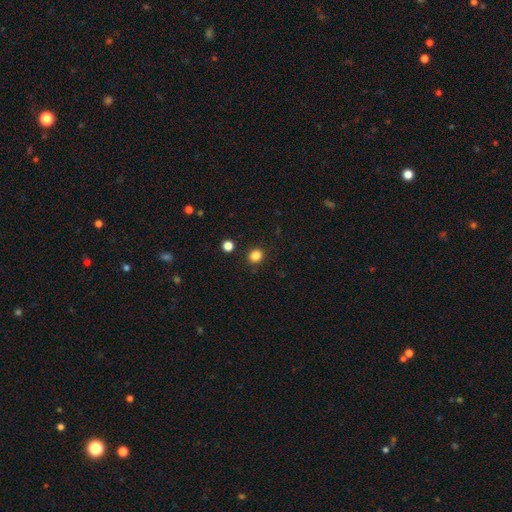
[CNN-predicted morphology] A smooth galaxy with no disk features (84%) that is round (84%). Merging: none (89%).